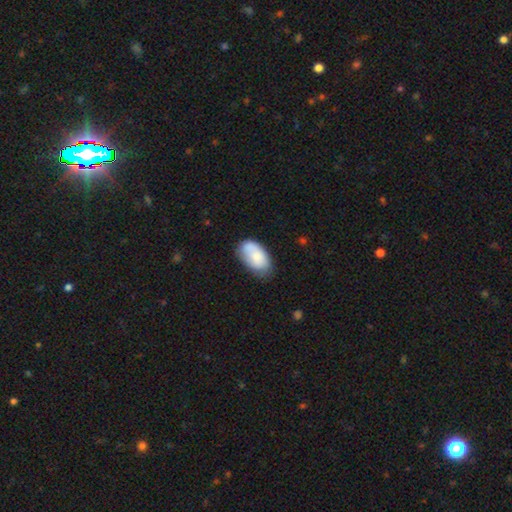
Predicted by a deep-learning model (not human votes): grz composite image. It shows a smooth galaxy with no disk features (77%) that is in between round and cigar-shaped (94%). Merging: none (60%).